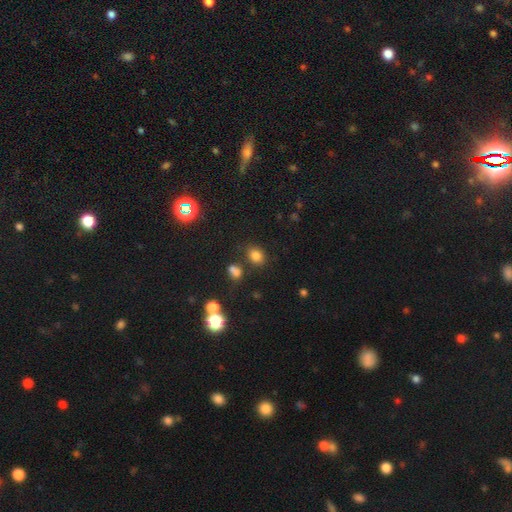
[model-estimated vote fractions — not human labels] A smooth galaxy with no disk features (79%) that is round (52%).

Vote fractions:
- Smooth or featured? smooth: 79% / star or artifact: 16% / featured or disk: 6%
- How rounded? round: 52% / in between: 46% / cigar-shaped: 1%
- Merging? none: 78% / minor disturbance: 11% / merger: 8% / major disturbance: 4%